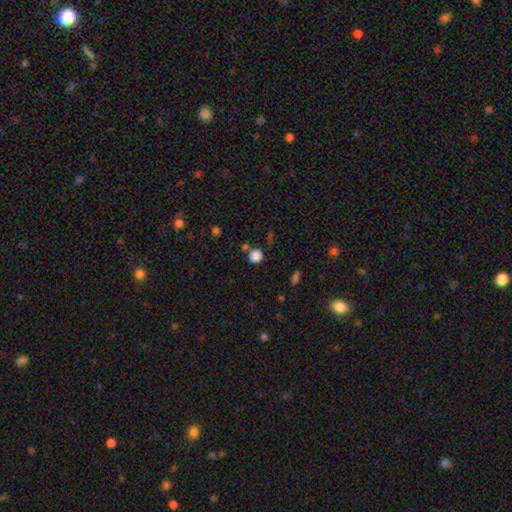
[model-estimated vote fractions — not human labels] Smooth or featured? smooth (84%)
How rounded? round (93%)
Merging? none (79%)